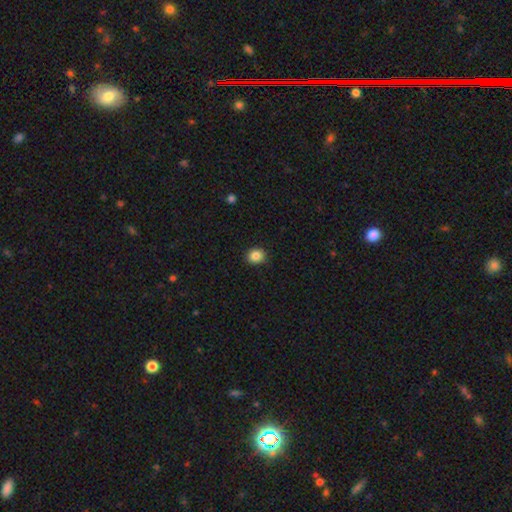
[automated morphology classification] This appears to be a smooth galaxy with no disk features (85%) that is round (73%). Merging: none (89%).